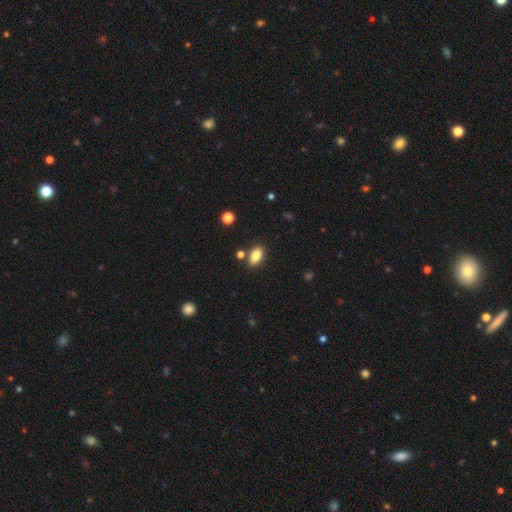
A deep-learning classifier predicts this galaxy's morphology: Overall: smooth (84%). How rounded: in between (90%). Merging: none (81%).